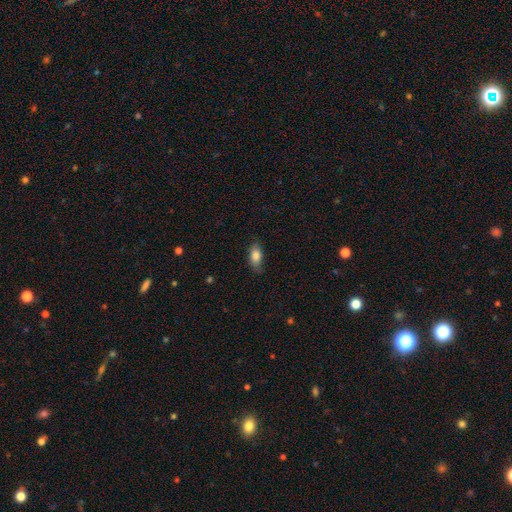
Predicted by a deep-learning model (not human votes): This appears to be a smooth galaxy with no disk features (81%) that is in between round and cigar-shaped (87%). Merging: none (73%).